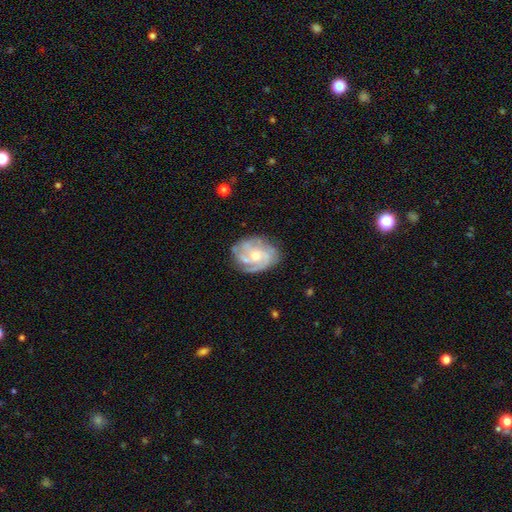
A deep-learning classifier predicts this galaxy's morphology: The model was most divided on "bulge size": moderate: 48%, small: 47%, large: 2%, none: 2%, dominant: 1%. Remaining: edge-on disk — no (97%); spiral arms — yes (91%); smooth or featured — featured or disk (81%); bar — no (71%); merging — none (70%); spiral winding — tight (53%); spiral arm count — can't tell (30%).